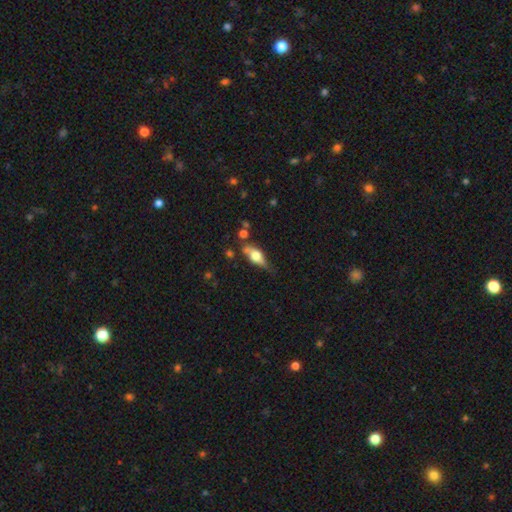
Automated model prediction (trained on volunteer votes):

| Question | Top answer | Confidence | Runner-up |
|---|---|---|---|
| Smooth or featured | smooth | 49% | featured or disk (43%) |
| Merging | none | 53% | minor disturbance (28%) |